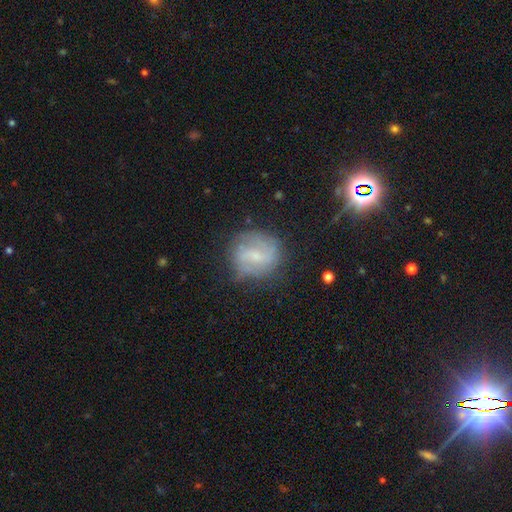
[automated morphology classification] Smooth or featured? featured or disk (52%)
Edge-on disk? no (96%)
Merging? none (67%)